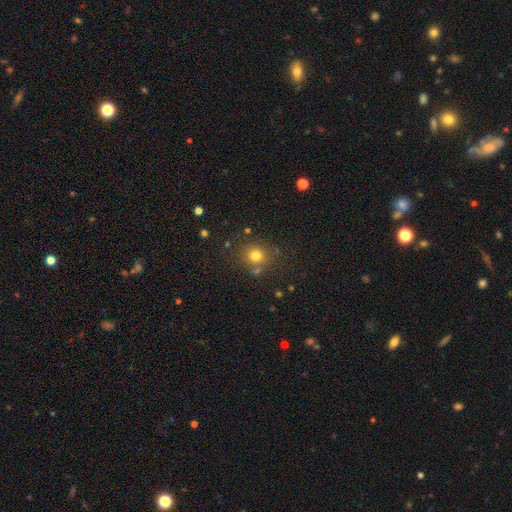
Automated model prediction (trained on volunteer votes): smooth_or_featured: smooth (p=0.75) [alt: star or artifact p=0.16]
how_rounded: round (p=0.84) [alt: in between p=0.15]
merging: none (p=0.76) [alt: minor disturbance p=0.11]